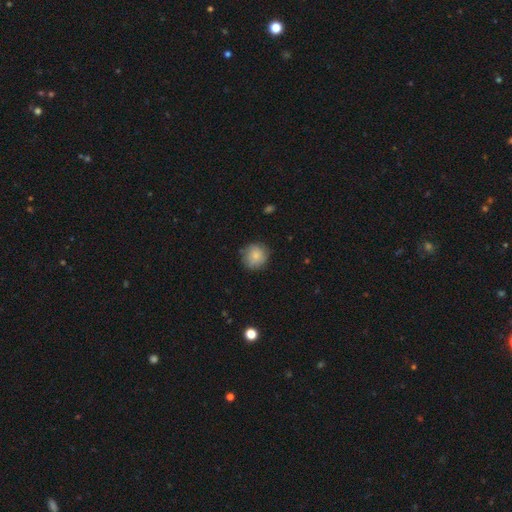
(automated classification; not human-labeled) smooth-or-featured: smooth: 81% | featured or disk: 11% | star or artifact: 8%
  how-rounded: round: 91% | in between: 8% | cigar-shaped: 1%
  merging: none: 80% | minor disturbance: 15% | major disturbance: 3% | merger: 1%